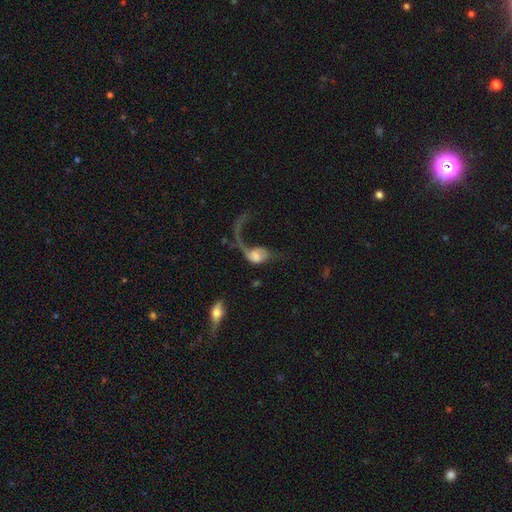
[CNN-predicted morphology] type=featured or disk (51%); edge-on=no (95%); merging=major disturbance (64%).